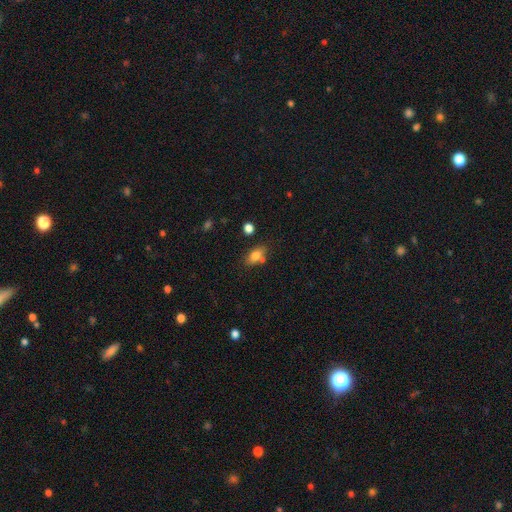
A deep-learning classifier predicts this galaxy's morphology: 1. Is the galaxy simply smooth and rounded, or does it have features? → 76% smooth, 14% featured or disk, 10% star or artifact.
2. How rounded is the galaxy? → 83% in between, 10% round, 6% cigar-shaped.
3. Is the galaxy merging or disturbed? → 64% none, 16% merger, 15% minor disturbance, 4% major disturbance.